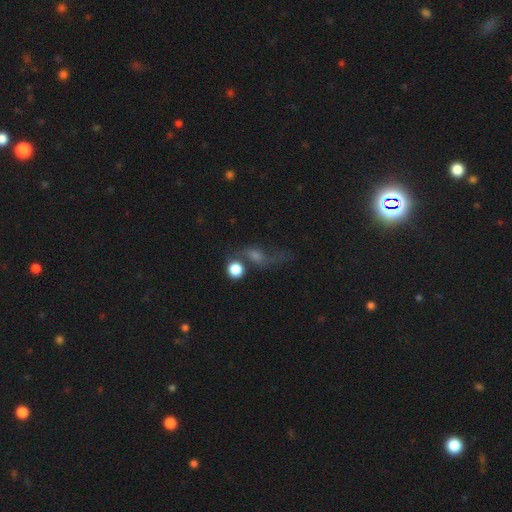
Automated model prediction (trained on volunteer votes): The model was most divided on "smooth or featured": star or artifact: 38%, featured or disk: 32%, smooth: 30%.